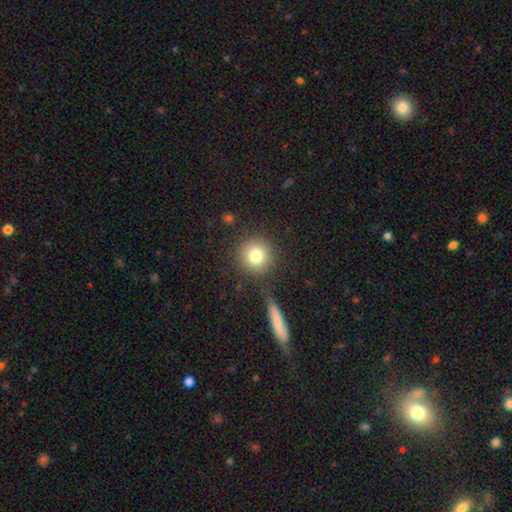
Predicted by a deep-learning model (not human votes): The model was most divided on "smooth or featured": smooth: 80%, star or artifact: 11%, featured or disk: 10%. More confident: how rounded — round (93%); merging — none (83%).